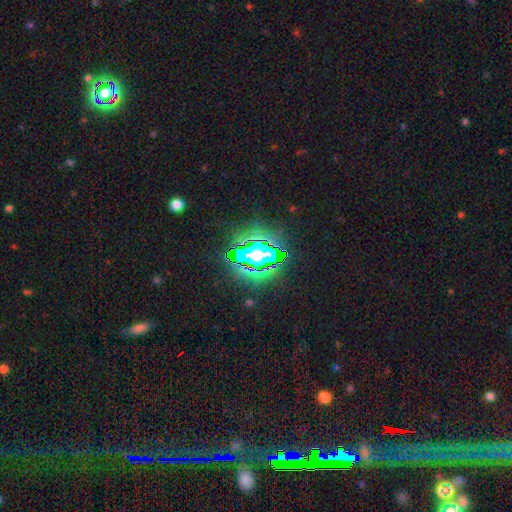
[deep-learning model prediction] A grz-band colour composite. It shows a star or artifact, not a galaxy (72%).